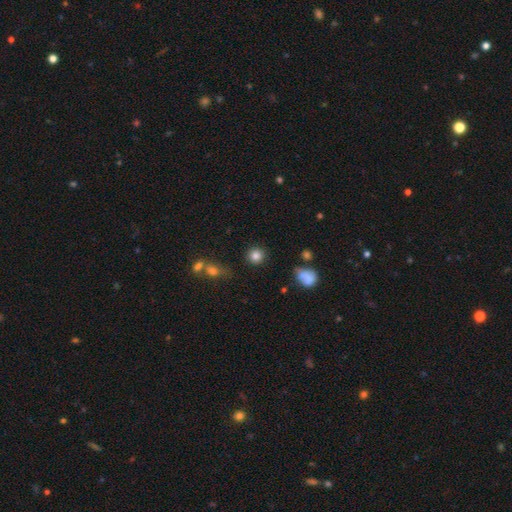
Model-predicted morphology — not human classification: Smooth or featured?
  - smooth: 83% *
  - star or artifact: 11%
  - featured or disk: 6%
How rounded?
  - round: 91% *
  - in between: 8%
  - cigar-shaped: 1%
Merging?
  - none: 86% *
  - minor disturbance: 8%
  - major disturbance: 3%
  - merger: 3%